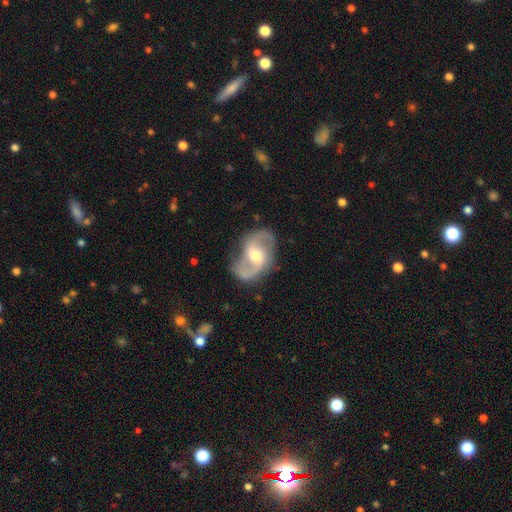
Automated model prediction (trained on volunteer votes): The model was most divided on "bar": weak: 43%, no: 42%, strong: 15%. Remaining: edge-on disk — no (97%); spiral arms — yes (96%); spiral arm count — 2 (92%); smooth or featured — featured or disk (88%); merging — none (77%); bulge size — moderate (64%); spiral winding — medium (48%).